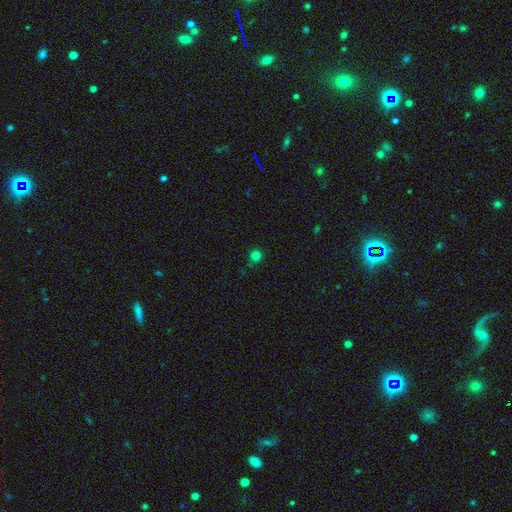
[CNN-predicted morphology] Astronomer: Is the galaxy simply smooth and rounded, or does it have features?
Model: smooth — 77%.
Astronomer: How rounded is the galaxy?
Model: round — 94%.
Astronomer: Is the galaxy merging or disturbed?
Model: none — 84%.